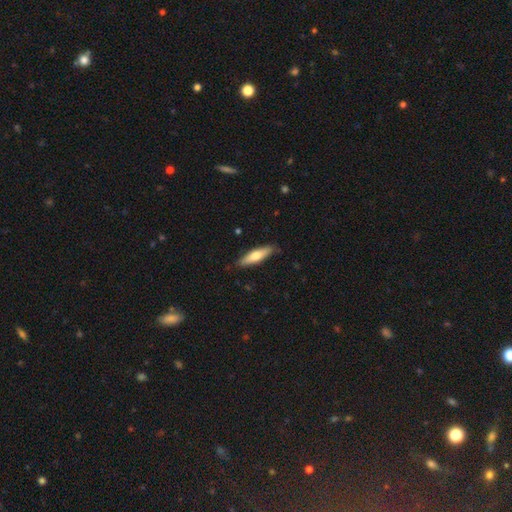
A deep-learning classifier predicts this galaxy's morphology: The model was most divided on "smooth or featured": smooth: 65%, featured or disk: 30%, star or artifact: 5%. More confident: merging — none (85%); how rounded — cigar-shaped (66%).